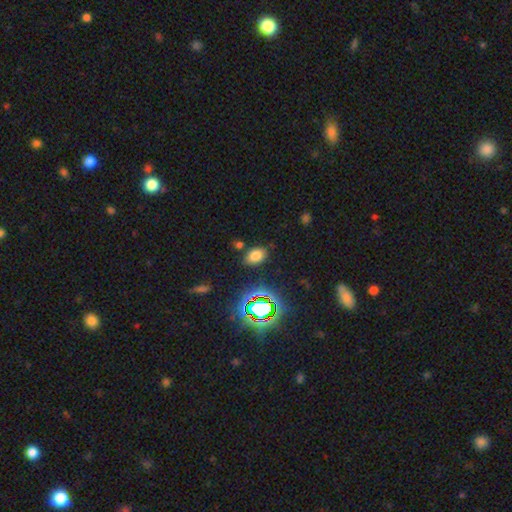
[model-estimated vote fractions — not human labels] The model was most divided on "smooth or featured": smooth: 72%, star or artifact: 20%, featured or disk: 8%. More confident: how rounded — in between (83%); merging — none (80%).